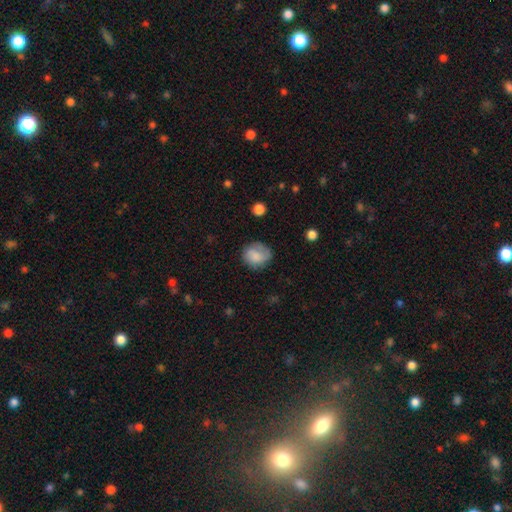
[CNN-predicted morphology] Overall: smooth (77%). How rounded: round (65%; in between 34%). Merging: none (60%; minor disturbance 26%).